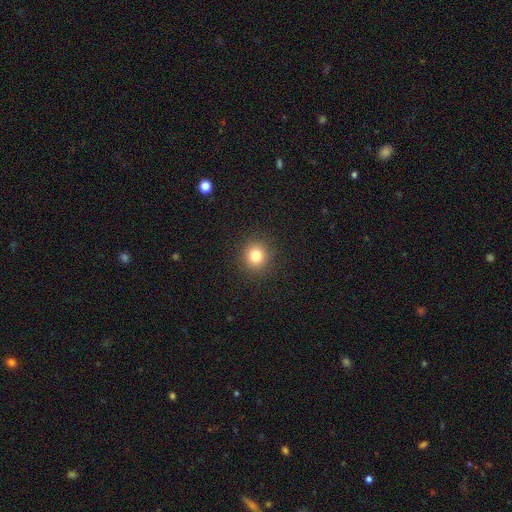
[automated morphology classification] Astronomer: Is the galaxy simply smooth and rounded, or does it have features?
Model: smooth — 81%.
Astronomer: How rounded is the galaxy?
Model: round — 91%.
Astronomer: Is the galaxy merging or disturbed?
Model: none — 91%.